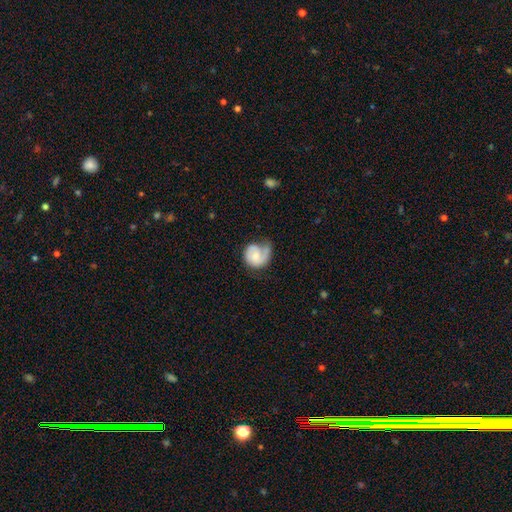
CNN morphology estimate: This appears to be a featured or disk galaxy (56%) with no bar (70%), spiral arms (86%) and a small central bulge (45%). Merging: none (44%).